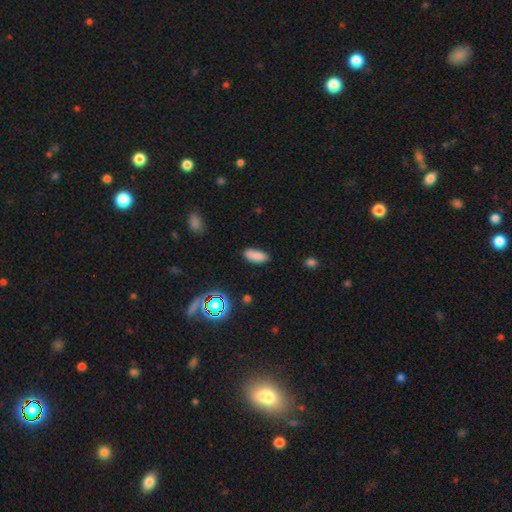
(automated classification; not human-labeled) A smooth galaxy with no disk features (82%) that is in between round and cigar-shaped (84%).

Vote fractions:
- Smooth or featured? smooth: 82% / star or artifact: 11% / featured or disk: 7%
- How rounded? in between: 84% / cigar-shaped: 14% / round: 3%
- Merging? none: 78% / minor disturbance: 16% / major disturbance: 3% / merger: 3%